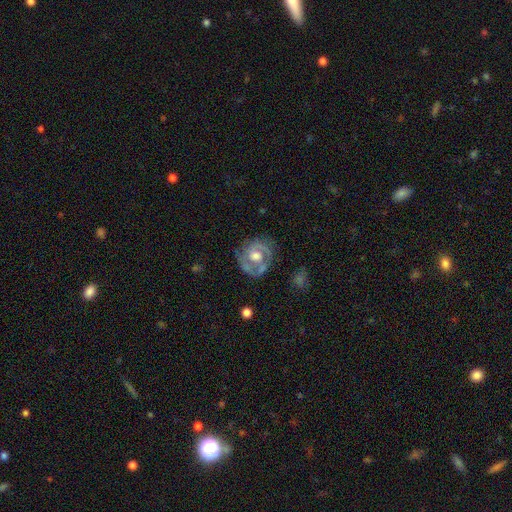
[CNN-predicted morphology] This appears to be a featured or disk galaxy (70%) with no bar (71%), spiral arms (69%) and a moderate central bulge (61%). Merging: none (66%).